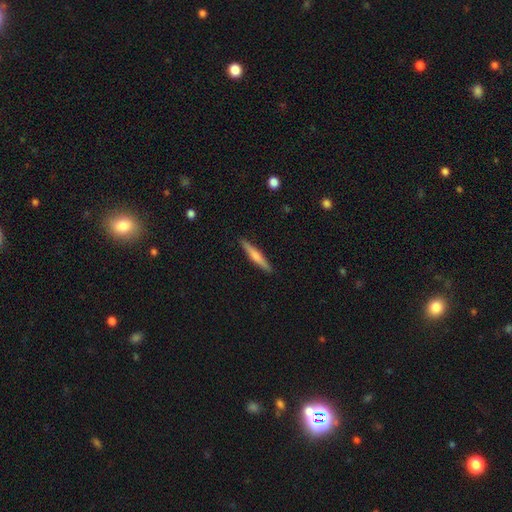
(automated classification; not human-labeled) Smooth or featured: smooth — 55% (featured or disk — 39%)
How rounded: cigar-shaped — 93% (in between — 5%)
Merging: none — 91% (minor disturbance — 7%)